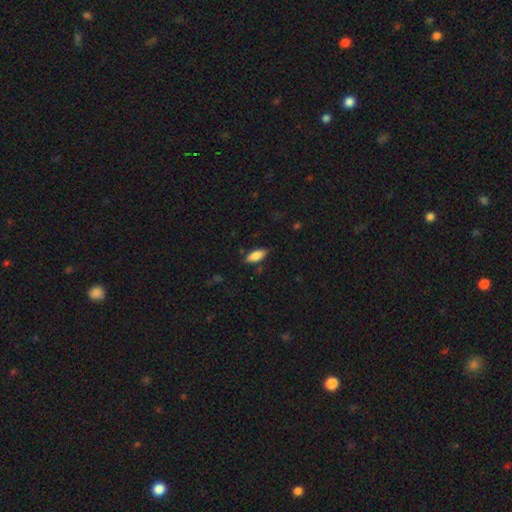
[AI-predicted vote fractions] Overall: smooth (83%). How rounded: in between (80%). Merging: none (81%).